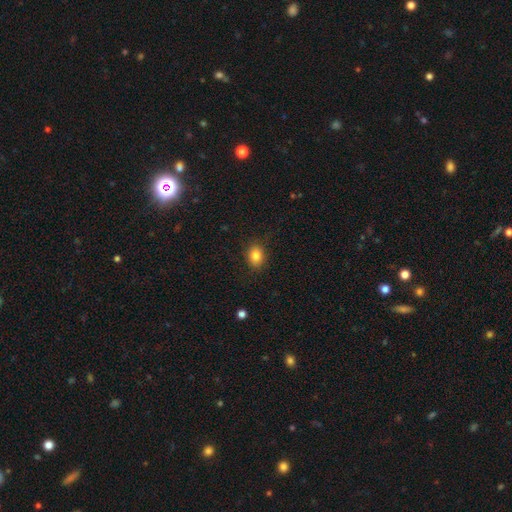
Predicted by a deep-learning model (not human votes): A smooth galaxy with no disk features (83%) that is in between round and cigar-shaped (56%). Merging: none (86%).